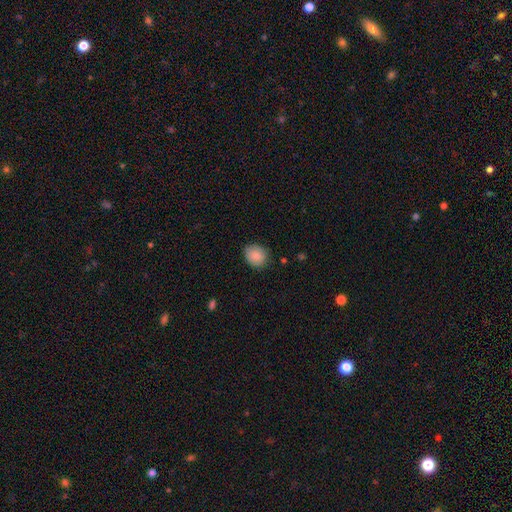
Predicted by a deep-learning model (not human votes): Q: Smooth or featured?
A: smooth (86%); runner-up: star or artifact (8%)
Q: How rounded?
A: round (66%); runner-up: in between (33%)
Q: Merging?
A: none (81%); runner-up: minor disturbance (15%)